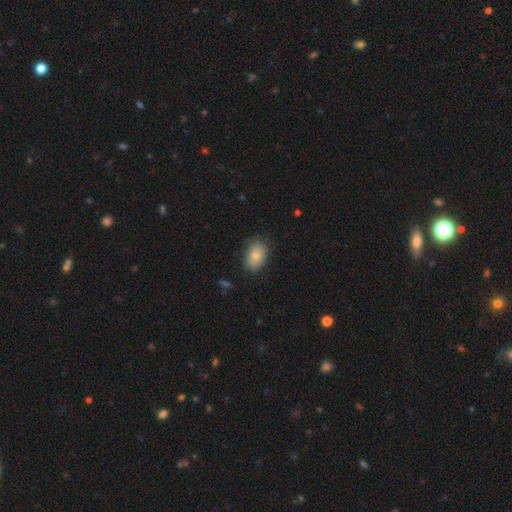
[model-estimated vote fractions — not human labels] This is clearly a smooth galaxy (81%). How rounded: clearly in between (82%). Merging: likely none (80%).